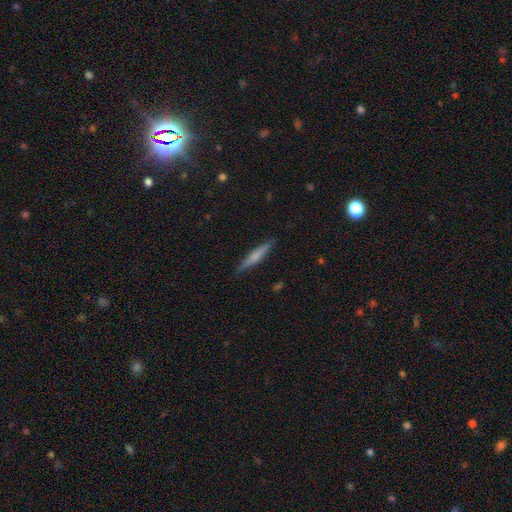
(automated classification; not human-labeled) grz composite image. It shows a smooth galaxy with no disk features (57%) that is cigar-shaped (93%). Merging: none (88%).